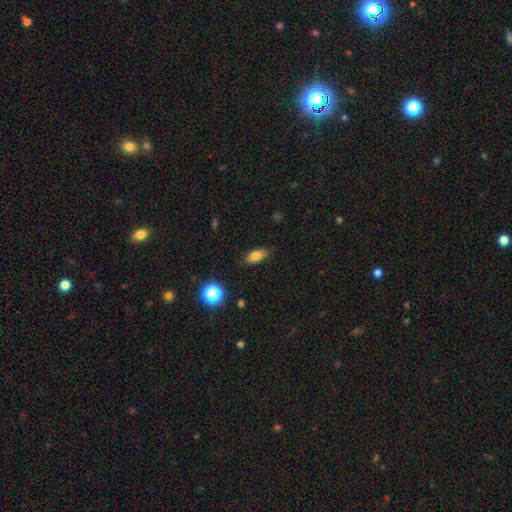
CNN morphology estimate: A smooth galaxy with no disk features (78%) that is in between round and cigar-shaped (86%). Merging: none (85%).